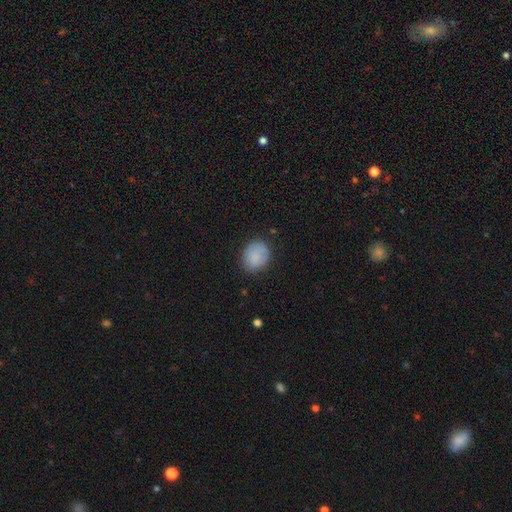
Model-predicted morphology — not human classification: Smooth or featured: smooth — 83% (featured or disk — 9%)
How rounded: round — 53% (in between — 46%)
Merging: none — 75% (minor disturbance — 19%)